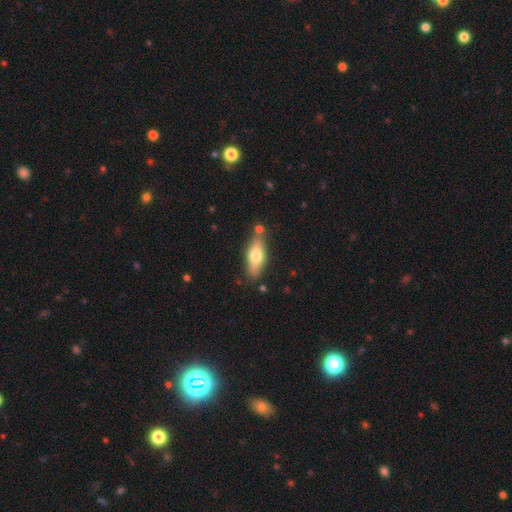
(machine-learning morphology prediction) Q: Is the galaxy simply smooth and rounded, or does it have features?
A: smooth — 66%.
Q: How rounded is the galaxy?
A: in between — 65%.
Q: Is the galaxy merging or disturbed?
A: none — 76%.